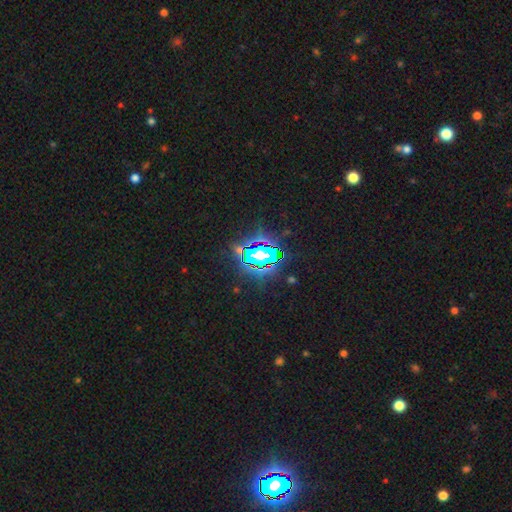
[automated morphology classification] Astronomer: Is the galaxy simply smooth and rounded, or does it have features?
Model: star or artifact — 82%.